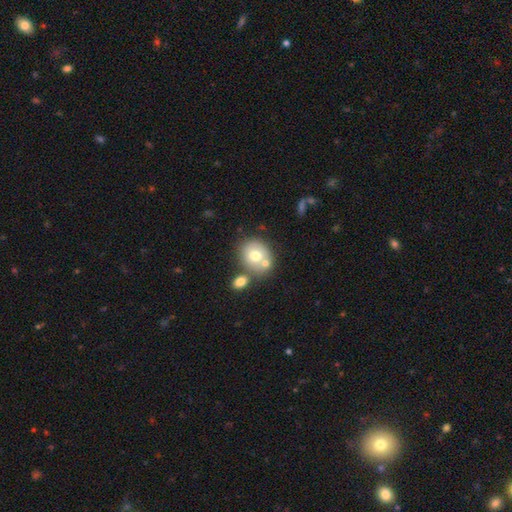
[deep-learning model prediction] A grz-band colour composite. It shows a smooth galaxy with no disk features (68%) that is round (63%). Merging: none (50%).